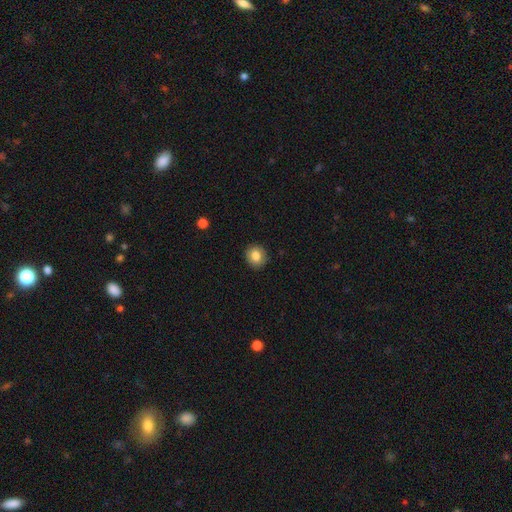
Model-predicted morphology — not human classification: Q: Smooth or featured?
A: smooth (83%); runner-up: star or artifact (9%)
Q: How rounded?
A: round (80%); runner-up: in between (19%)
Q: Merging?
A: none (90%); runner-up: minor disturbance (8%)